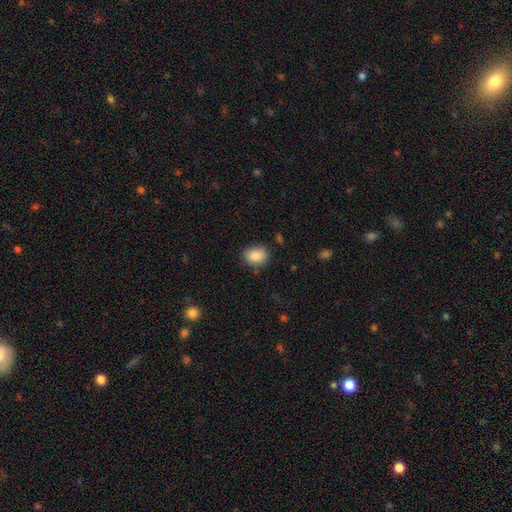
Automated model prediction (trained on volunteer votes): smooth 87%, star or artifact 8%, featured or disk 5%. Down the decision tree: how rounded — in between (60%); merging — none (83%).